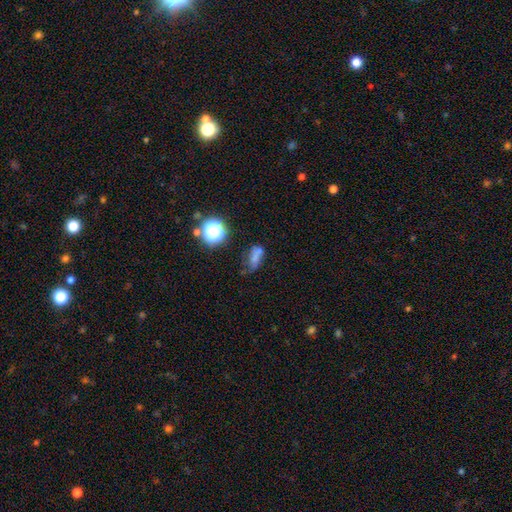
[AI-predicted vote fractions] This is possibly a smooth galaxy (57%). How rounded: likely in between (68%). Merging: marginally none (39%).